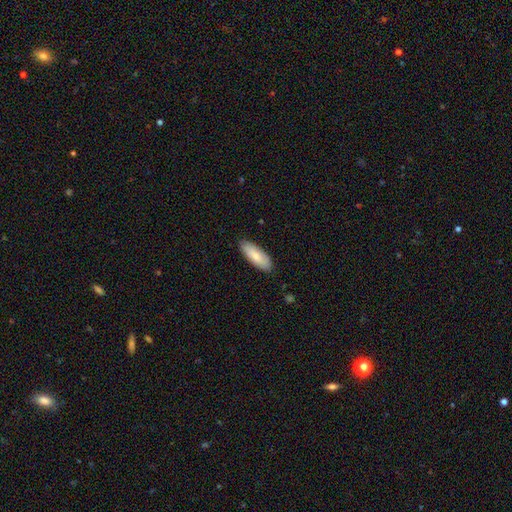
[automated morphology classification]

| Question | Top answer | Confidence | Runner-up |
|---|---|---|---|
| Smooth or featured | smooth | 84% | featured or disk (11%) |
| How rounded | in between | 71% | cigar-shaped (28%) |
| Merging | none | 88% | minor disturbance (10%) |